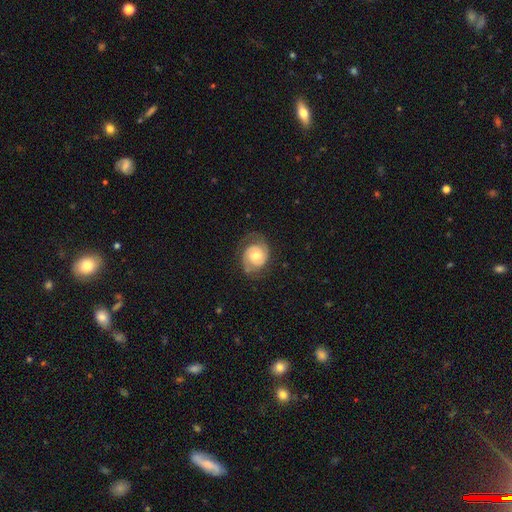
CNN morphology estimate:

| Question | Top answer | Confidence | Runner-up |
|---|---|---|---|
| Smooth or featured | featured or disk | 70% | smooth (23%) |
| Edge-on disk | no | 97% | yes (3%) |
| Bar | no | 59% | weak (34%) |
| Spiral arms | yes | 89% | no (11%) |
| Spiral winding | tight | 49% | medium (37%) |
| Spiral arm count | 2 | 78% | can't tell (11%) |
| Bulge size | moderate | 69% | small (20%) |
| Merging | none | 67% | minor disturbance (20%) |